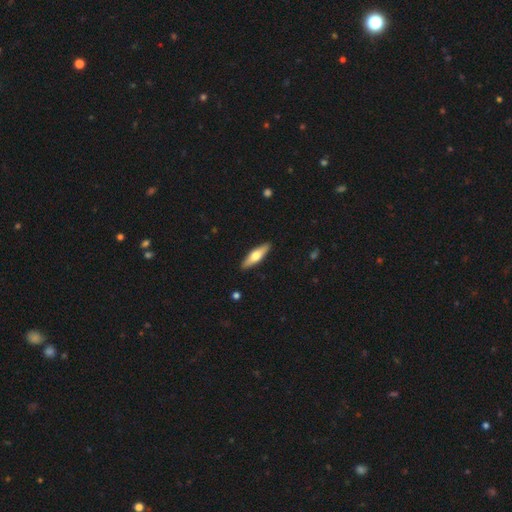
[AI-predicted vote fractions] A smooth galaxy with no disk features (51%) that is cigar-shaped (65%). Merging: none (91%).